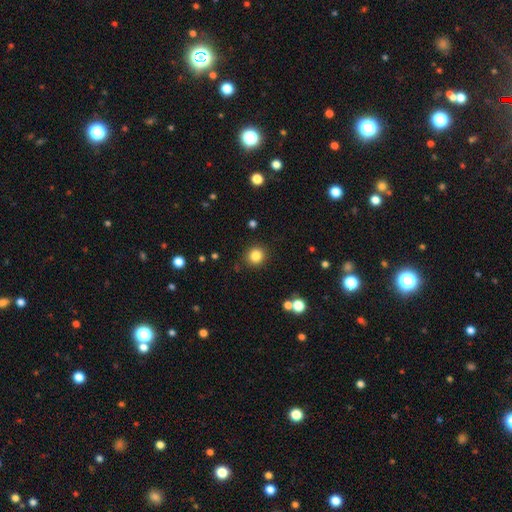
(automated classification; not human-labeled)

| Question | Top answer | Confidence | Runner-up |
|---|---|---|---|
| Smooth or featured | smooth | 84% | star or artifact (12%) |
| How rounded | round | 91% | in between (8%) |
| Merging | none | 88% | minor disturbance (7%) |